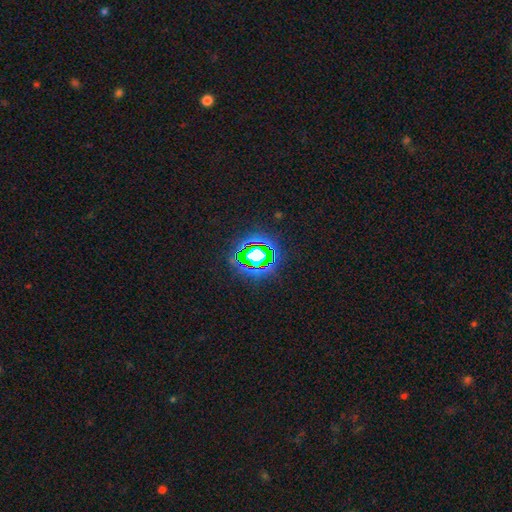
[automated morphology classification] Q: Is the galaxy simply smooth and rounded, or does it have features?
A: star or artifact — 71%.